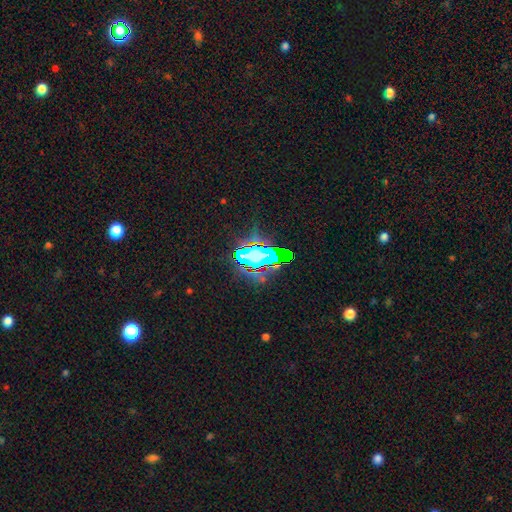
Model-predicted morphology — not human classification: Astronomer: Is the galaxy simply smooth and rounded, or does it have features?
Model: star or artifact — 51% (runner-up: smooth, 29%).